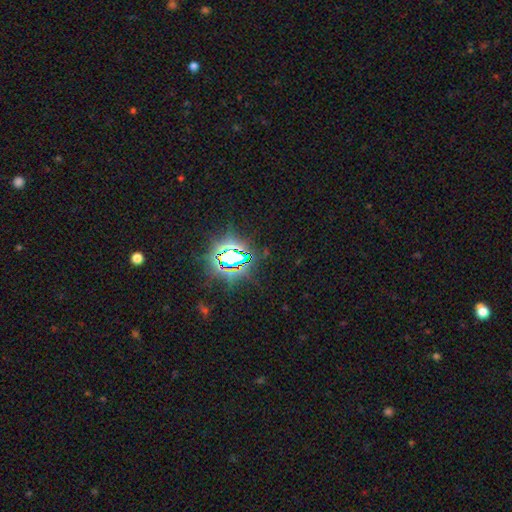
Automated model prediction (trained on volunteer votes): star or artifact 80%, smooth 12%, featured or disk 7%.